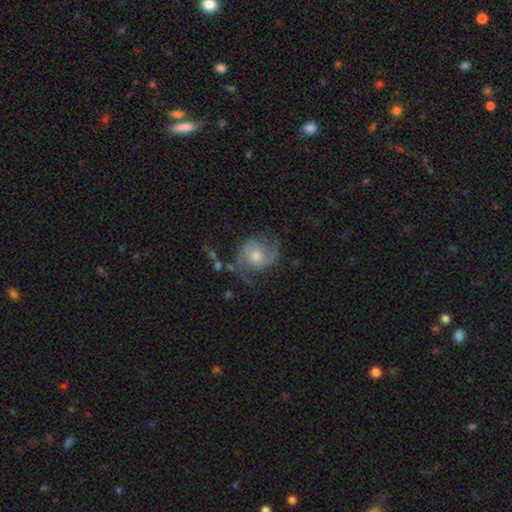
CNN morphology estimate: Q: Smooth or featured?
A: featured or disk (77%); runner-up: smooth (15%)
Q: Edge-on disk?
A: no (98%); runner-up: yes (2%)
Q: Bar?
A: no (67%); runner-up: weak (28%)
Q: Spiral arms?
A: yes (93%); runner-up: no (7%)
Q: Spiral winding?
A: medium (48%); runner-up: loose (28%)
Q: Spiral arm count?
A: 2 (81%); runner-up: can't tell (8%)
Q: Bulge size?
A: moderate (58%); runner-up: small (32%)
Q: Merging?
A: none (62%); runner-up: minor disturbance (20%)